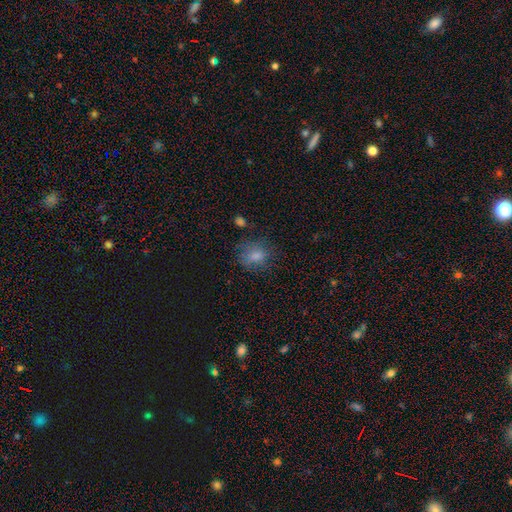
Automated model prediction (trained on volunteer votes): Overall: smooth (76%). How rounded: round (52%; in between 46%). Merging: none (61%; minor disturbance 22%).